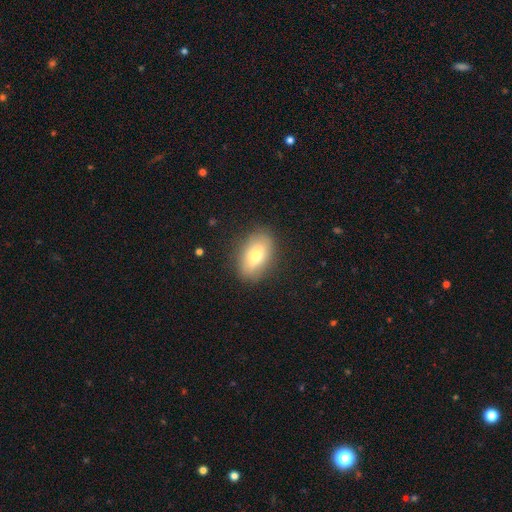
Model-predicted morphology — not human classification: smooth_or_featured: smooth (p=0.71) [alt: featured or disk p=0.21]
how_rounded: in between (p=0.87) [alt: round p=0.09]
merging: none (p=0.86) [alt: minor disturbance p=0.10]